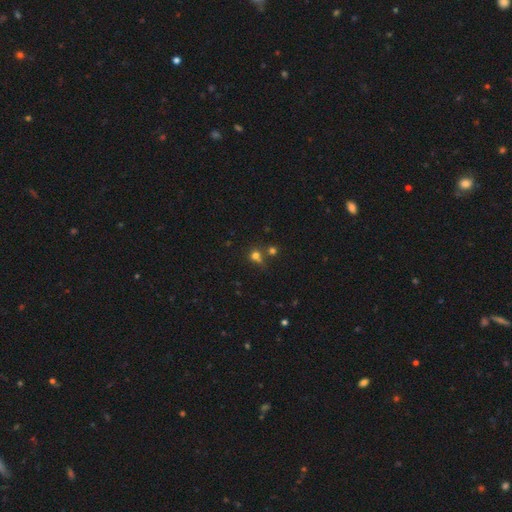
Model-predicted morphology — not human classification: This appears to be a smooth galaxy with no disk features (70%) that is round (83%). Merging: none (52%).